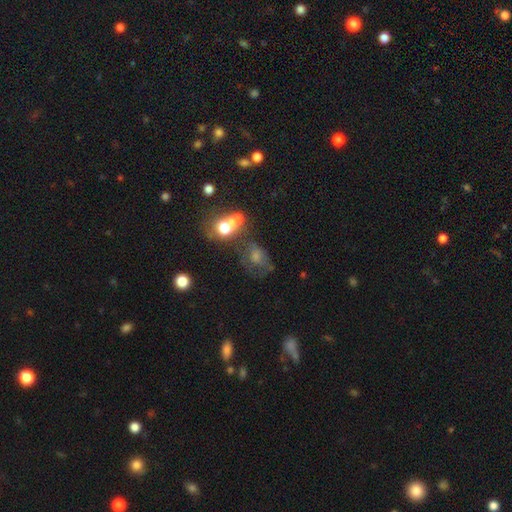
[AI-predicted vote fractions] smooth-or-featured: smooth: 41% | featured or disk: 31% | star or artifact: 28%
  merging: none: 40% | merger: 23% | major disturbance: 19% | minor disturbance: 18%